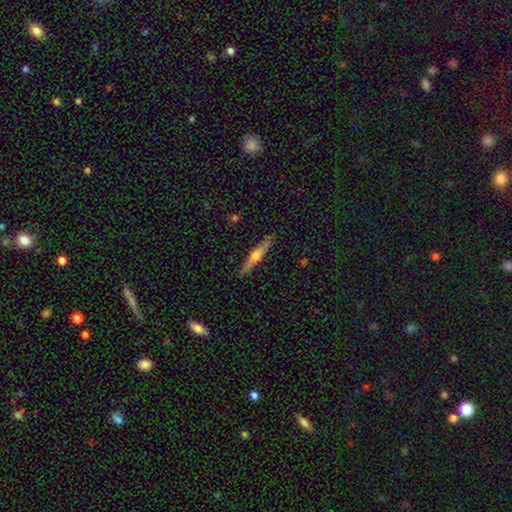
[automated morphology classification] Smooth or featured? featured or disk (65%)
Edge-on disk? yes (97%)
Edge-on bulge? rounded (93%)
Merging? none (91%)